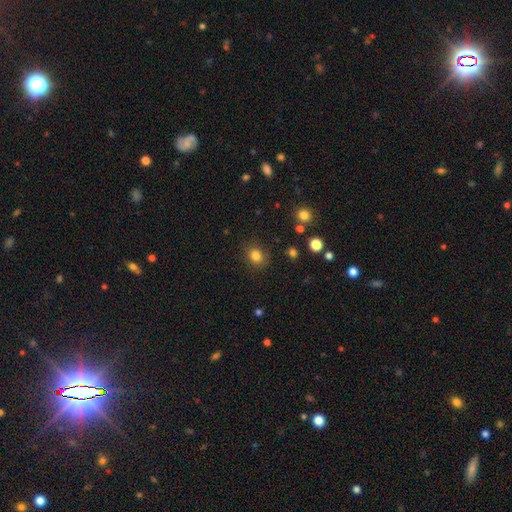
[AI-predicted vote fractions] This appears to be a smooth galaxy with no disk features (83%) that is round (70%). Merging: none (85%).